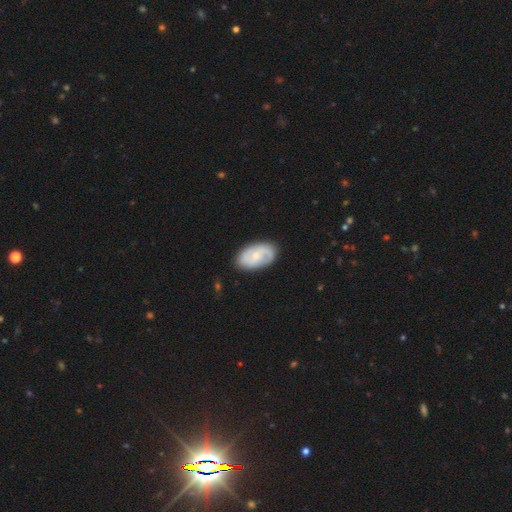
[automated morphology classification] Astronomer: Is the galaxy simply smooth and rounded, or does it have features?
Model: featured or disk — 62%.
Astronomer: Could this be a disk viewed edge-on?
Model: no — 96%.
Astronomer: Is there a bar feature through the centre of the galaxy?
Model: no — 57% (runner-up: weak, 37%).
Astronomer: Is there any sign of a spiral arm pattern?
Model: yes — 88%.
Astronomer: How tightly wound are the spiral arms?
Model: medium — 42% (runner-up: tight, 31%).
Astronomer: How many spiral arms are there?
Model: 2 — 71%.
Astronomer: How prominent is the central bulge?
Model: small — 63%.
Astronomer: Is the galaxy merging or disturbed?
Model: none — 81%.